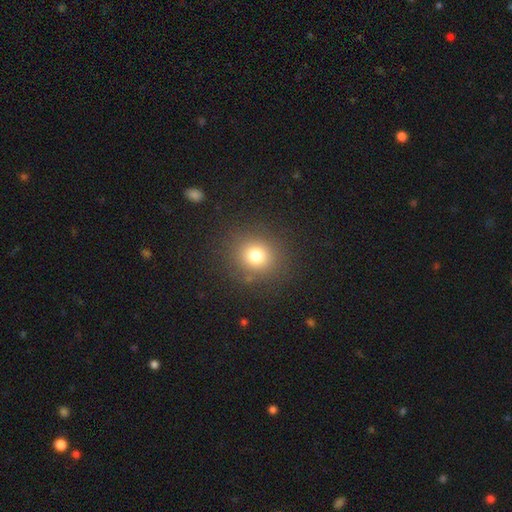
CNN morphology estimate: A smooth galaxy with no disk features (77%) that is round (87%). Merging: none (88%).